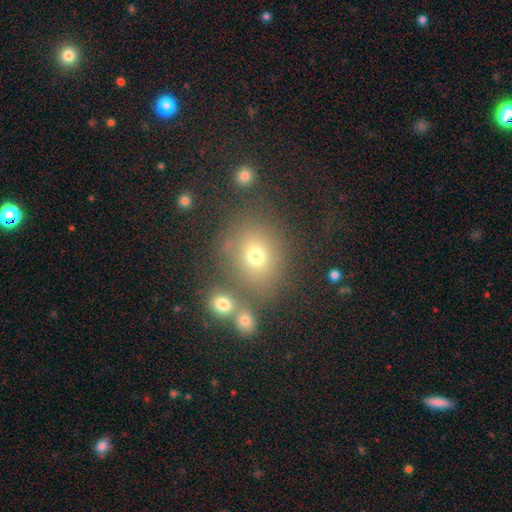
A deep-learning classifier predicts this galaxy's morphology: type=smooth (69%); roundness=round (67%); merging=none (66%).